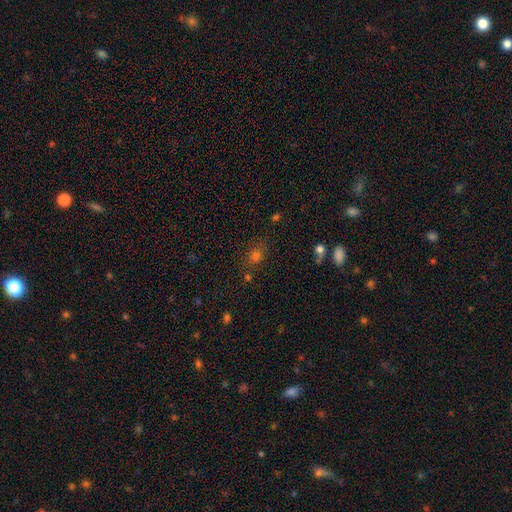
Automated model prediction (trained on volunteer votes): This appears to be a smooth galaxy with no disk features (64%) that is round (54%). Merging: none (72%).